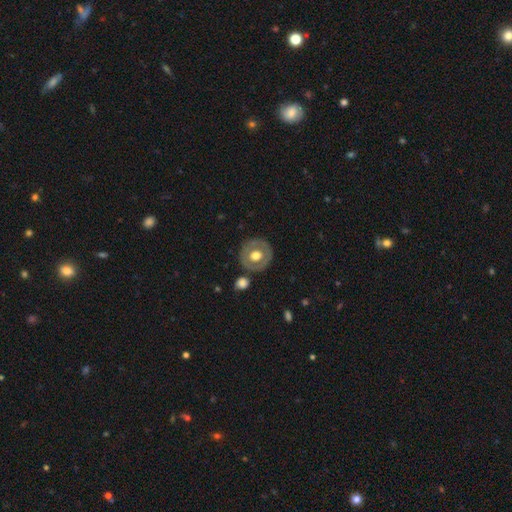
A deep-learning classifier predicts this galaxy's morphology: smooth_or_featured: smooth (p=0.47) [tied with: featured or disk p=0.47]
merging: none (p=0.81) [alt: minor disturbance p=0.11]